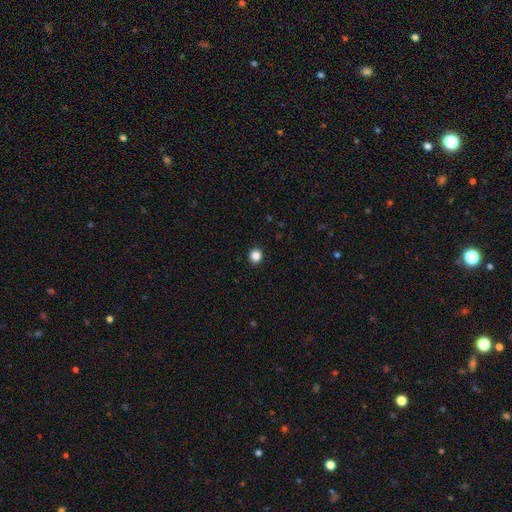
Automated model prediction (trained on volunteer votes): Morphology: type=smooth (86%); roundness=round (92%); merging=none (93%).